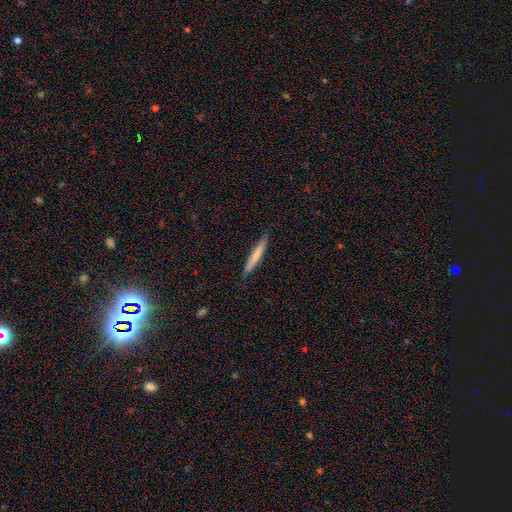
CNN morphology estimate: type=smooth (67%); roundness=cigar-shaped (96%); merging=none (87%).